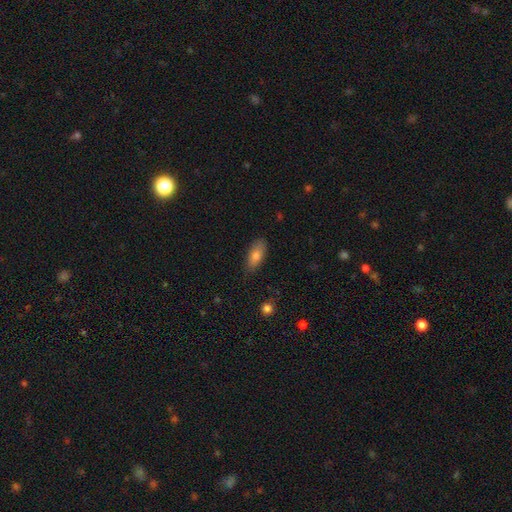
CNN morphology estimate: type=smooth (78%); roundness=in between (81%); merging=none (80%).